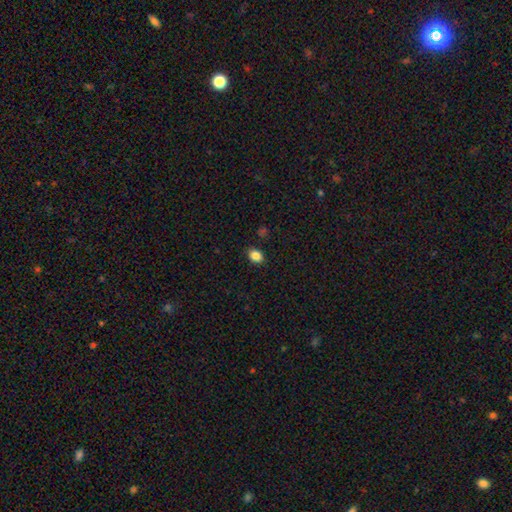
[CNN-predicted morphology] Q: Smooth or featured?
A: smooth (85%); runner-up: star or artifact (10%)
Q: How rounded?
A: in between (59%); runner-up: round (40%)
Q: Merging?
A: none (88%); runner-up: minor disturbance (8%)